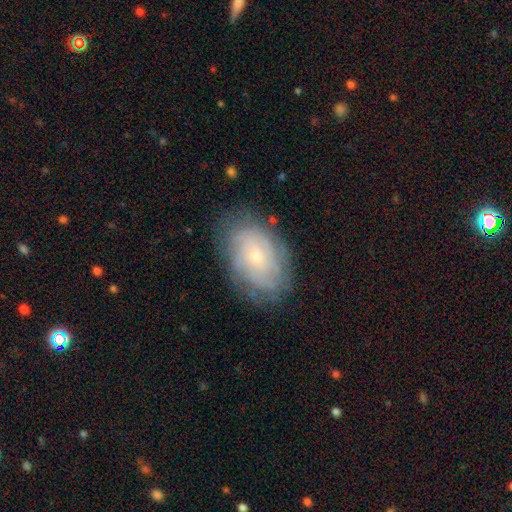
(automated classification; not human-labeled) Morphology: type=featured or disk (56%); edge-on=no (95%); bar=no (78%); spiral arms=yes (80%); bulge=small (68%); merging=none (76%).